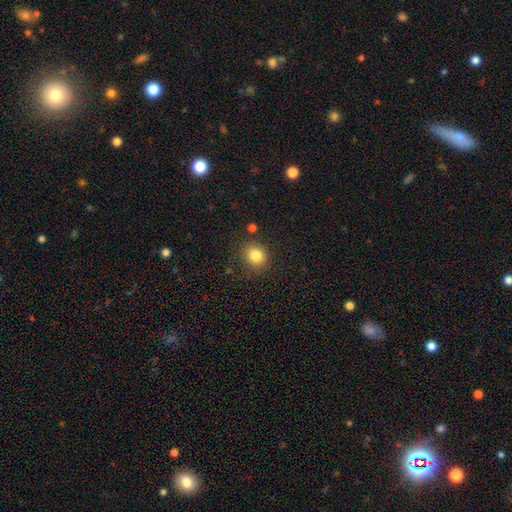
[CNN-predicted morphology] This appears to be a smooth galaxy with no disk features (83%) that is round (79%). Merging: none (83%).